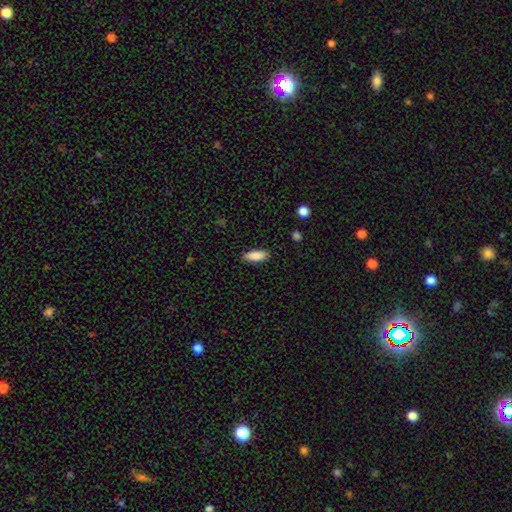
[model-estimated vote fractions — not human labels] A smooth galaxy with no disk features (88%) that is in between round and cigar-shaped (73%).

Vote fractions:
- Smooth or featured? smooth: 88% / star or artifact: 6% / featured or disk: 6%
- How rounded? in between: 73% / cigar-shaped: 25% / round: 2%
- Merging? none: 88% / minor disturbance: 9% / major disturbance: 2% / merger: 1%